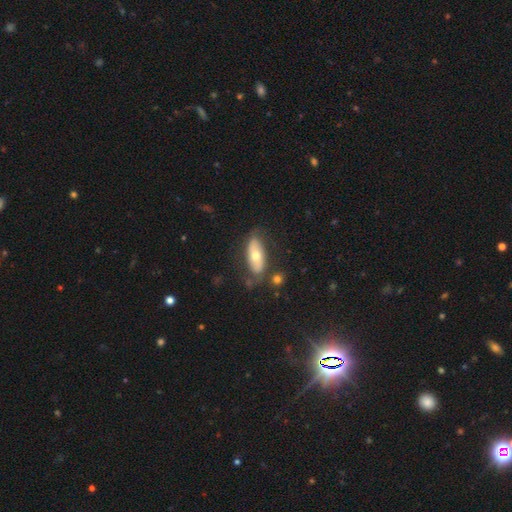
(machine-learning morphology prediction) Q: Smooth or featured?
A: smooth (51%); runner-up: featured or disk (42%)
Q: How rounded?
A: in between (81%); runner-up: cigar-shaped (16%)
Q: Merging?
A: none (67%); runner-up: minor disturbance (19%)